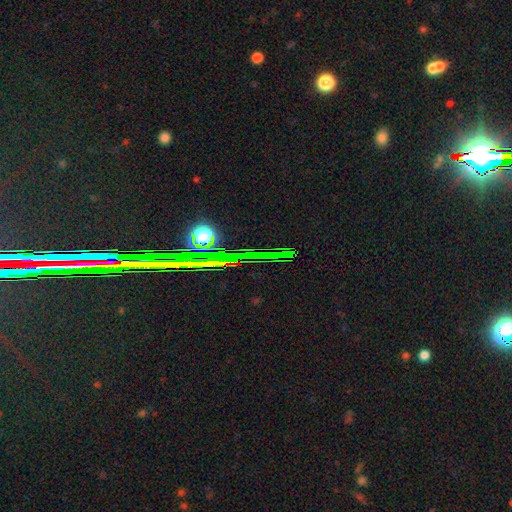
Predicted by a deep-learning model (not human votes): The model was most divided on "smooth or featured": star or artifact: 82%, featured or disk: 9%, smooth: 9%.